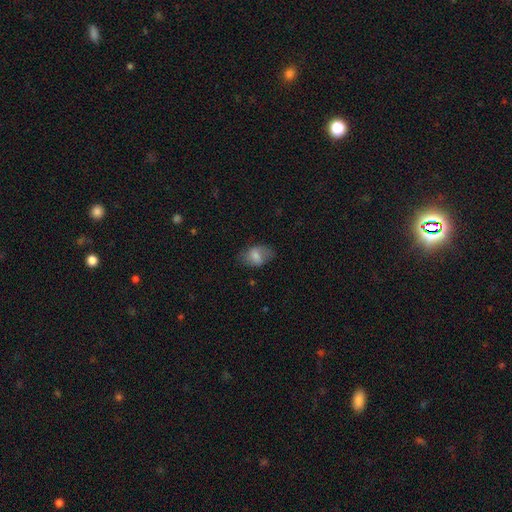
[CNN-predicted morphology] smooth_or_featured: smooth (p=0.69) [alt: featured or disk p=0.22]
how_rounded: in between (p=0.83) [alt: round p=0.16]
merging: none (p=0.66) [alt: minor disturbance p=0.23]